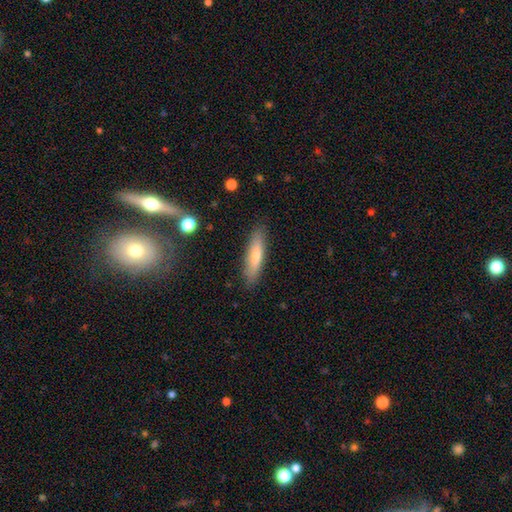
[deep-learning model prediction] Overall: smooth (65%; featured or disk 29%). How rounded: cigar-shaped (76%). Merging: none (86%).